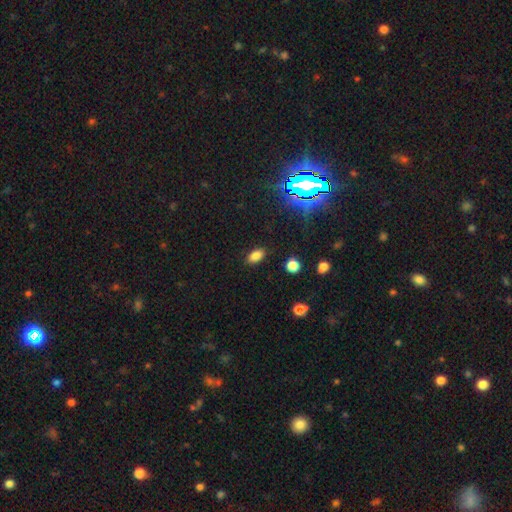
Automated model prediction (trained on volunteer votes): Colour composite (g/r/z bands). It shows a smooth galaxy with no disk features (81%) that is in between round and cigar-shaped (89%). Merging: none (87%).